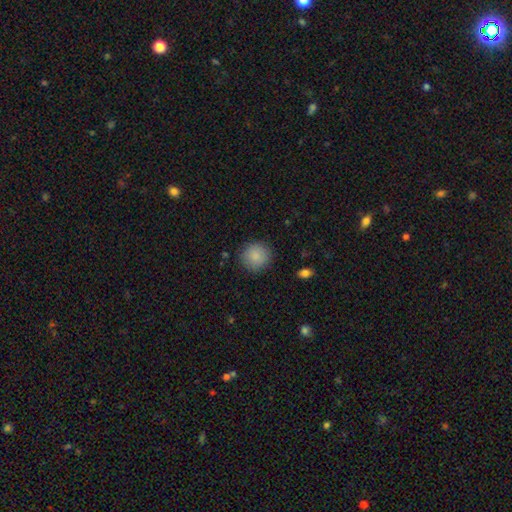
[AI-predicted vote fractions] Smooth or featured: smooth — 87% (star or artifact — 8%)
How rounded: round — 92% (in between — 7%)
Merging: none — 88% (minor disturbance — 8%)